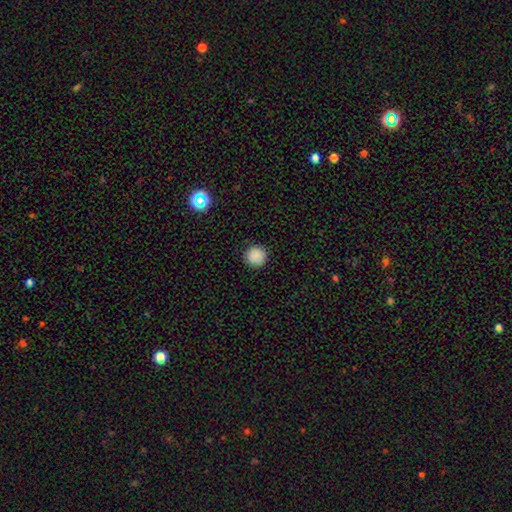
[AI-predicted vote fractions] Smooth or featured? smooth (88%)
How rounded? round (96%)
Merging? none (92%)